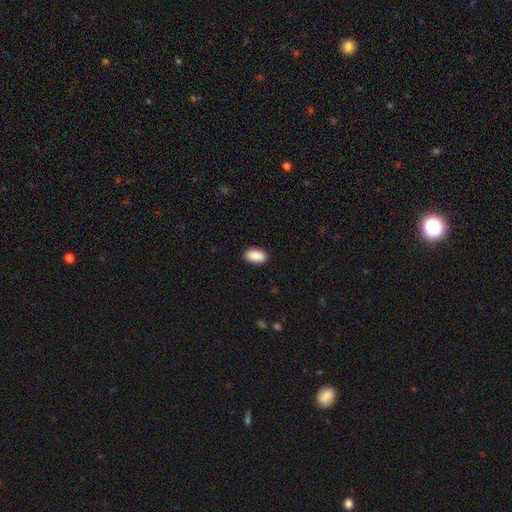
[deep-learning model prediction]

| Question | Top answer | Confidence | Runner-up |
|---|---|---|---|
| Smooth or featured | smooth | 91% | star or artifact (6%) |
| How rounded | in between | 95% | round (3%) |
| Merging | none | 90% | minor disturbance (8%) |